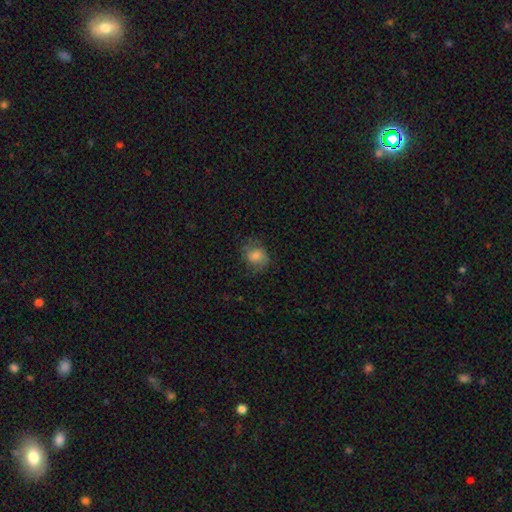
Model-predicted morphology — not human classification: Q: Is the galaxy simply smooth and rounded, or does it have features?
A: smooth — 65%.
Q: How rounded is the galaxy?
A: round — 60%.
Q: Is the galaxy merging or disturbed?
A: none — 66%.